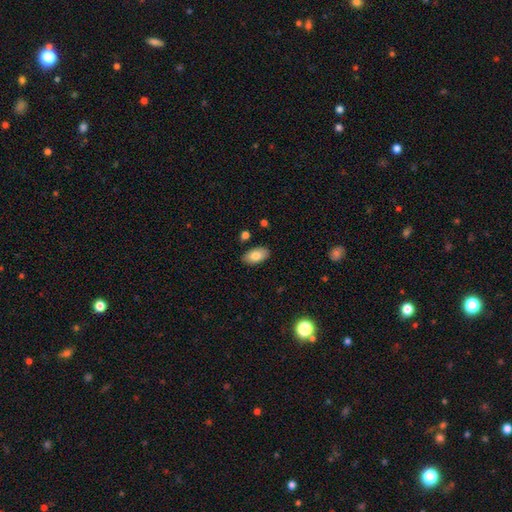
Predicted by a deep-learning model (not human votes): A smooth galaxy with no disk features (82%) that is in between round and cigar-shaped (94%). Merging: none (85%).